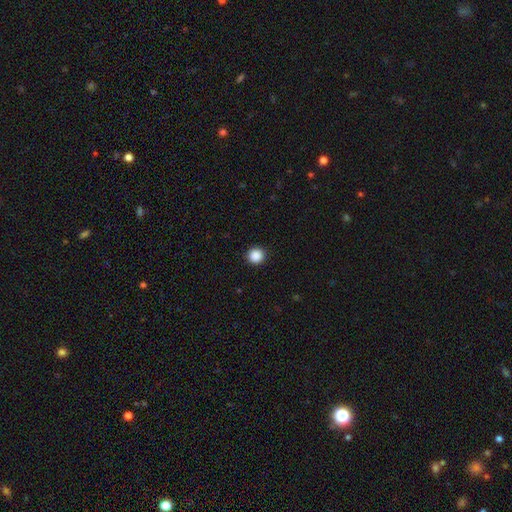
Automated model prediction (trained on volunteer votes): Overall: smooth (88%). How rounded: round (95%). Merging: none (93%).